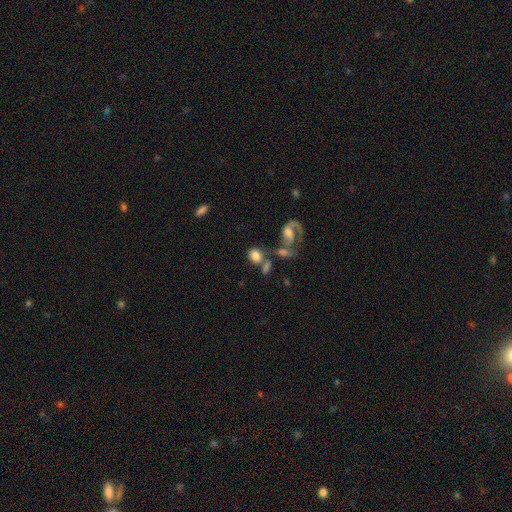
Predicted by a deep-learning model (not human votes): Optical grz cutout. It shows a smooth galaxy with no disk features (68%) that is in between round and cigar-shaped (54%). Merging: none (38%).